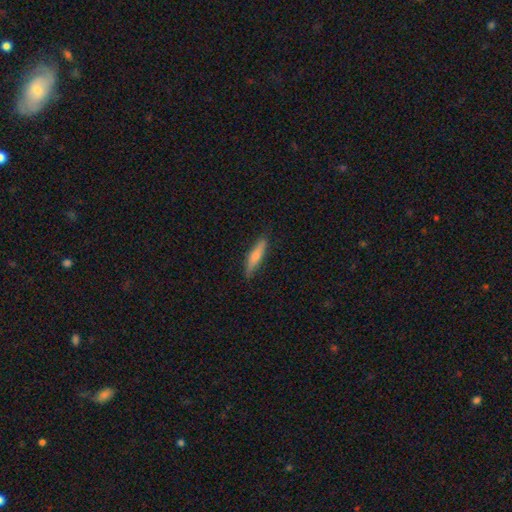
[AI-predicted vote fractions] Morphology: type=smooth (68%); roundness=cigar-shaped (83%); merging=none (85%).